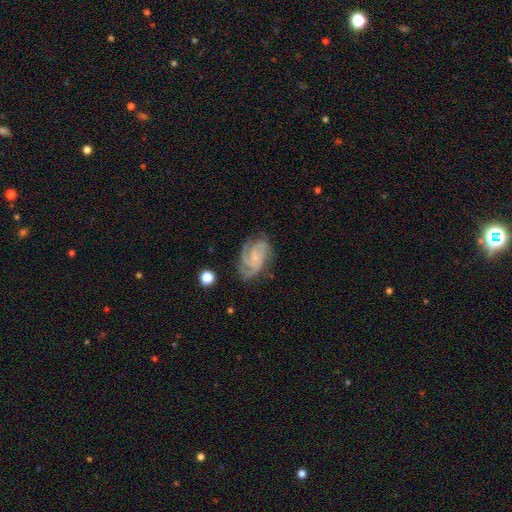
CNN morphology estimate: smooth_or_featured: featured or disk (p=0.86) [alt: smooth p=0.08]
disk_edge_on: no (p=0.98) [alt: yes p=0.02]
bar: no (p=0.65) [alt: weak p=0.29]
has_spiral_arms: yes (p=0.97) [alt: no p=0.03]
spiral_winding: tight (p=0.54) [alt: medium p=0.39]
spiral_arm_count: 3 (p=0.45) [alt: 2 p=0.21]
bulge_size: small (p=0.73) [alt: moderate p=0.14]
merging: none (p=0.68) [alt: minor disturbance p=0.21]